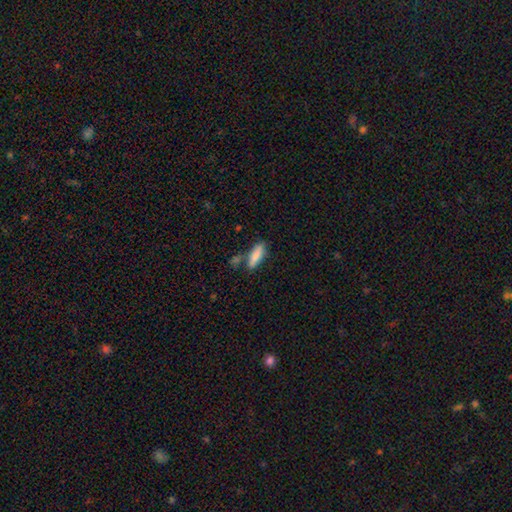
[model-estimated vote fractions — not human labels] smooth 81%, featured or disk 12%, star or artifact 7%. Down the decision tree: how rounded — cigar-shaped (55%); merging — none (67%).